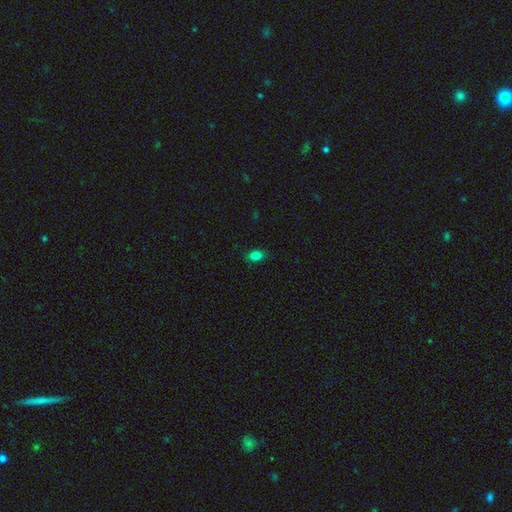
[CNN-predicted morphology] This is clearly a smooth galaxy (83%). How rounded: clearly in between (84%). Merging: clearly none (86%).